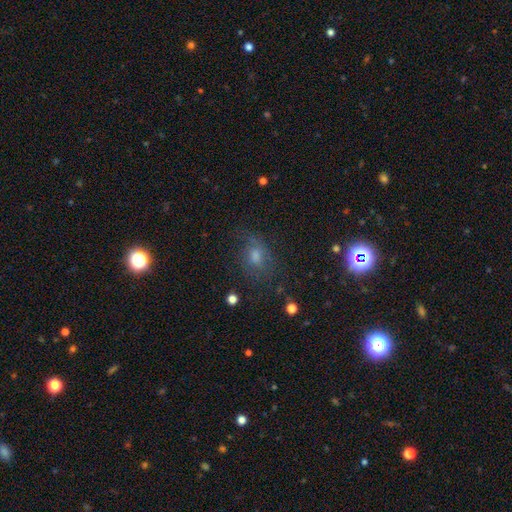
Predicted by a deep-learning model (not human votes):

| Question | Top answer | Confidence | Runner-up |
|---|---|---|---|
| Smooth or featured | smooth | 50% | star or artifact (29%) |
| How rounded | in between | 51% | round (47%) |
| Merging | none | 67% | minor disturbance (19%) |